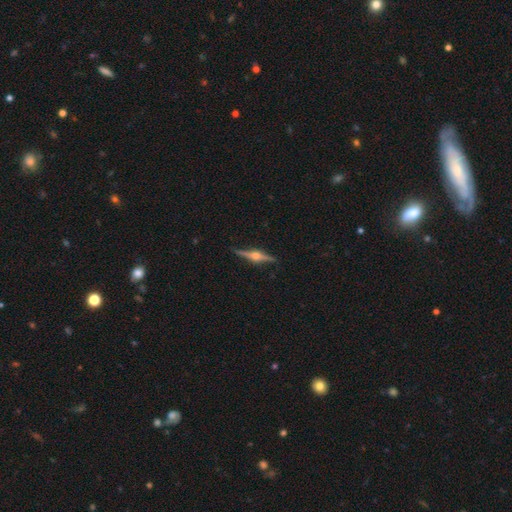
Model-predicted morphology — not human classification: Smooth or featured: featured or disk — 84% (smooth — 10%)
Edge-on disk: yes — 98% (no — 2%)
Edge-on bulge: rounded — 93% (boxy — 5%)
Merging: none — 89% (minor disturbance — 8%)